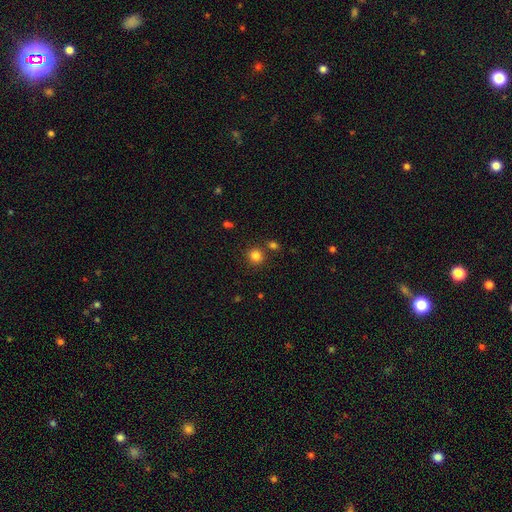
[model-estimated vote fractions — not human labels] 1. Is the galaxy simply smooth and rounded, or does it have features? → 83% smooth, 12% star or artifact, 5% featured or disk.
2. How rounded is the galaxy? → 92% round, 7% in between, 1% cigar-shaped.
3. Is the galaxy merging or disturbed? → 81% none, 9% merger, 7% minor disturbance, 3% major disturbance.